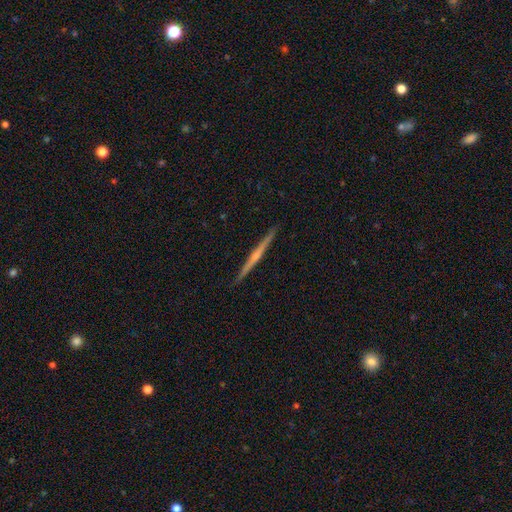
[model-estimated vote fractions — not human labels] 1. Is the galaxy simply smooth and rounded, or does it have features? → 74% featured or disk, 21% smooth, 5% star or artifact.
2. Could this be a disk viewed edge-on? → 98% yes, 2% no.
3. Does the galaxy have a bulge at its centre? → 55% rounded, 36% none, 8% boxy.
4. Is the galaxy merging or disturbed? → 92% none, 5% minor disturbance, 1% major disturbance, 1% merger.